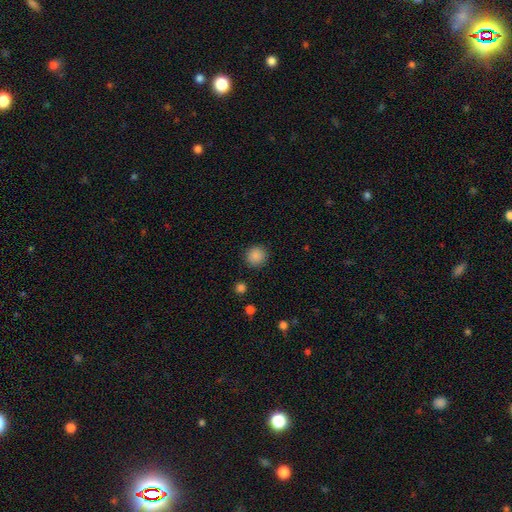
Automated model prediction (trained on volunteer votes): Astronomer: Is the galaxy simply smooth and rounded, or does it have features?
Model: smooth — 88%.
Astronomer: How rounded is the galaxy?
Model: round — 93%.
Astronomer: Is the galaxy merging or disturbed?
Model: none — 91%.